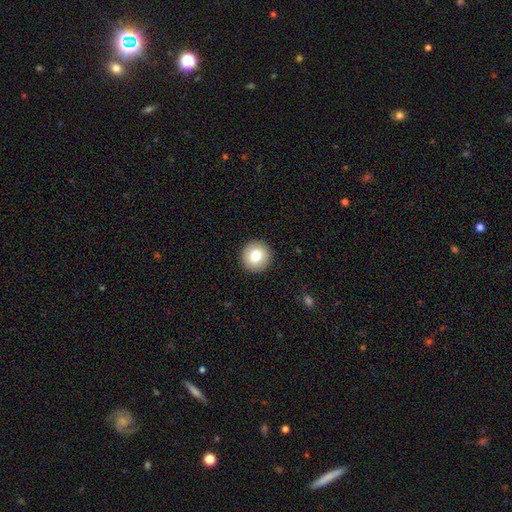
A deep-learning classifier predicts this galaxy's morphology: Smooth or featured? smooth (78%)
How rounded? round (94%)
Merging? none (92%)